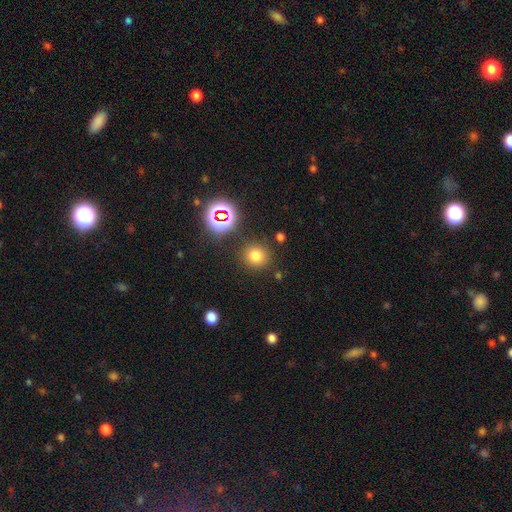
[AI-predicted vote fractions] smooth 73%, star or artifact 20%, featured or disk 7%. Down the decision tree: how rounded — round (89%); merging — none (85%).